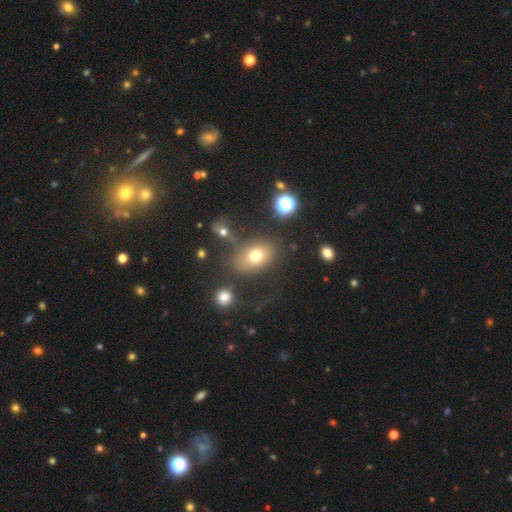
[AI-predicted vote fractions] This is likely a smooth galaxy (71%). How rounded: likely in between (74%). Merging: likely none (61%).